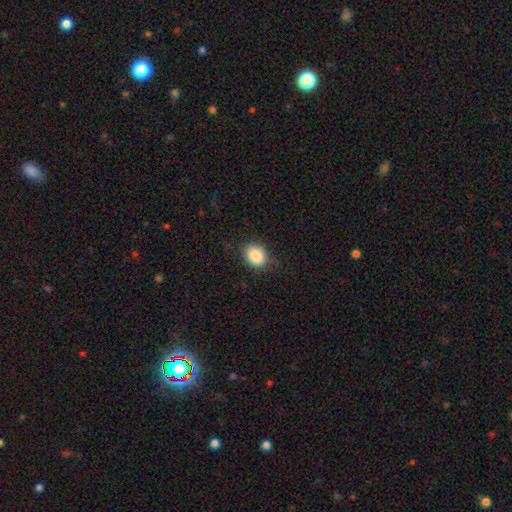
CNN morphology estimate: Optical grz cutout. It shows a smooth galaxy with no disk features (86%) that is in between round and cigar-shaped (60%). Merging: none (78%).